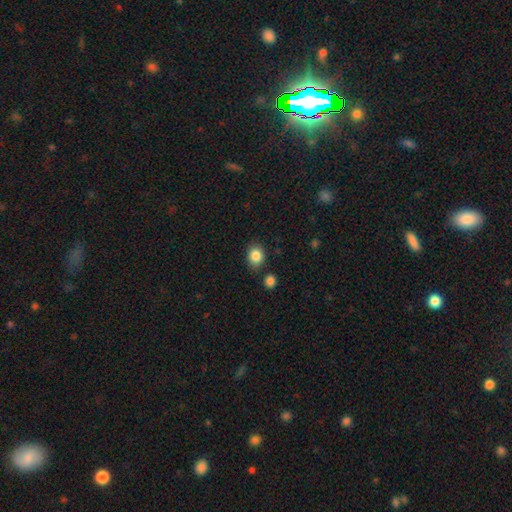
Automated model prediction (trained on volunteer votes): Smooth or featured? Predicted: smooth (p=0.86). How rounded? Predicted: round (p=0.61). Merging? Predicted: none (p=0.80).